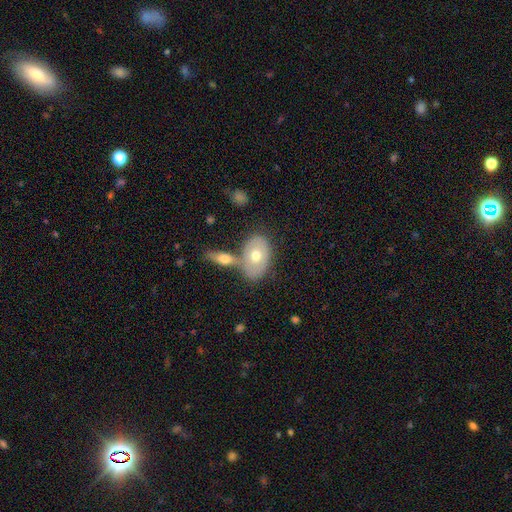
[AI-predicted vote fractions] Overall: smooth (59%; featured or disk 36%). How rounded: in between (88%). Merging: none (49%; merger 35%).